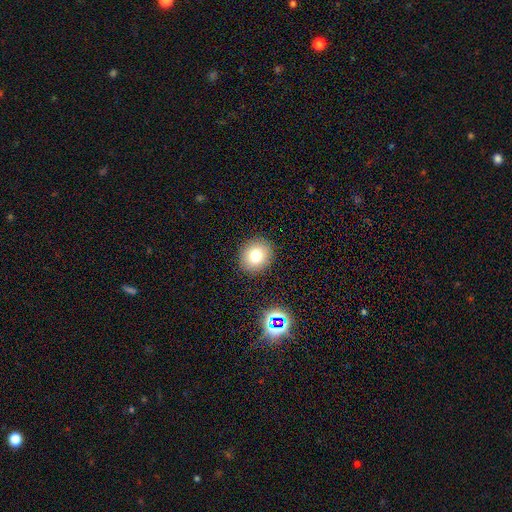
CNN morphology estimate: type=smooth (75%); roundness=round (79%); merging=none (90%).